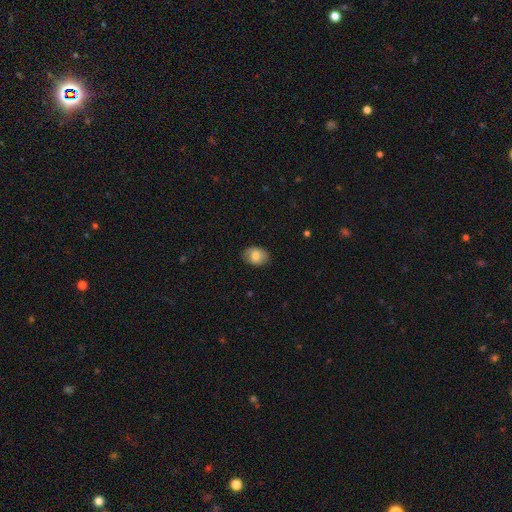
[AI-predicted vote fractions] smooth_or_featured: smooth (p=0.78) [alt: featured or disk p=0.14]
how_rounded: in between (p=0.70) [alt: round p=0.29]
merging: none (p=0.83) [alt: minor disturbance p=0.14]